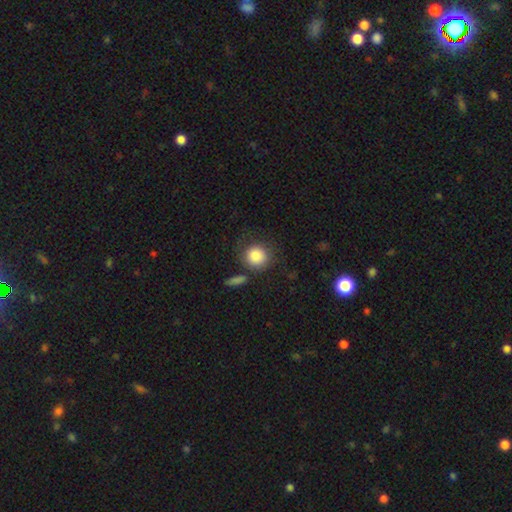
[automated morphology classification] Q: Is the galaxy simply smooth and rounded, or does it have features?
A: smooth — 86%.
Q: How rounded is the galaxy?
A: round — 87%.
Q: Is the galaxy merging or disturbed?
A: none — 70%.